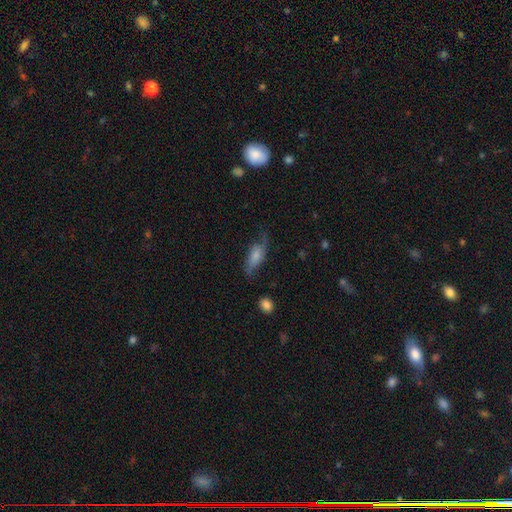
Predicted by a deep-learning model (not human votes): A smooth galaxy with no disk features (53%) that is in between round and cigar-shaped (78%).

Vote fractions:
- Smooth or featured? smooth: 53% / featured or disk: 39% / star or artifact: 8%
- How rounded? in between: 78% / cigar-shaped: 18% / round: 4%
- Merging? none: 52% / minor disturbance: 28% / major disturbance: 17% / merger: 3%